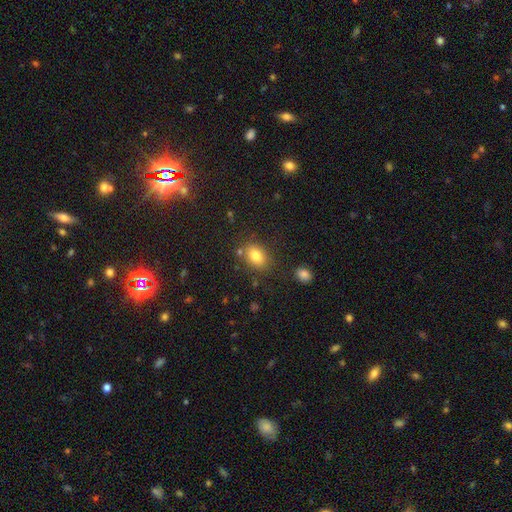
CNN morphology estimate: smooth 81%, star or artifact 10%, featured or disk 10%. Down the decision tree: how rounded — in between (78%); merging — none (77%).